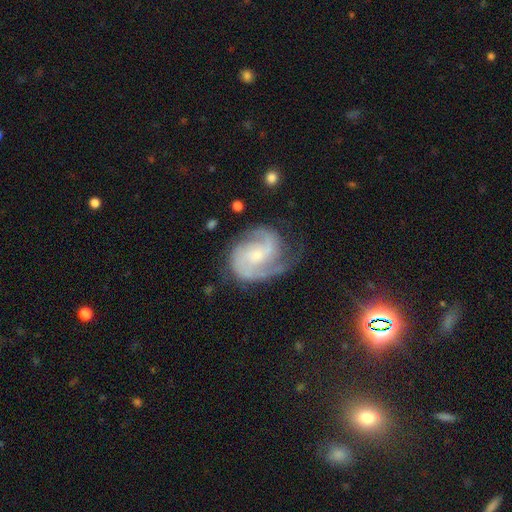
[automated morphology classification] This appears to be a featured or disk galaxy (87%) with no bar (53%), 2 (71%) medium (47%) spiral arms (97%) and a small central bulge (59%). Merging: none (64%).